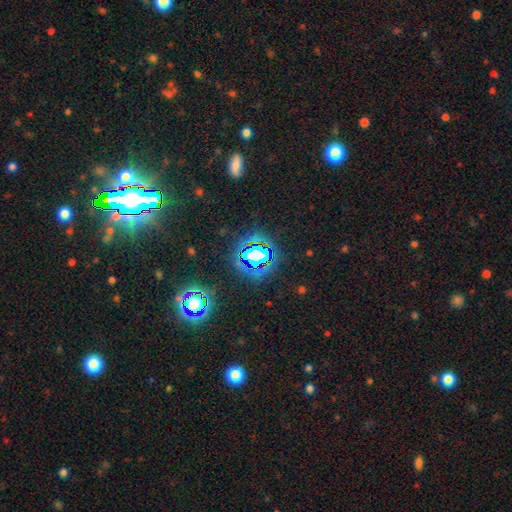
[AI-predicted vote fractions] This appears to be a star or artifact, not a galaxy (73%).